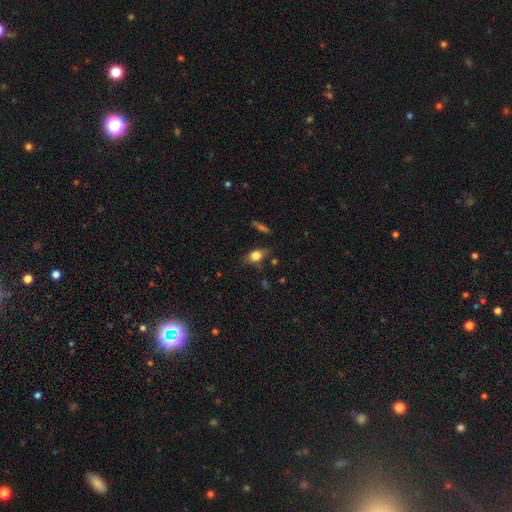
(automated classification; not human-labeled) Smooth or featured: smooth — 77% (featured or disk — 14%)
How rounded: in between — 76% (round — 17%)
Merging: none — 73% (minor disturbance — 20%)